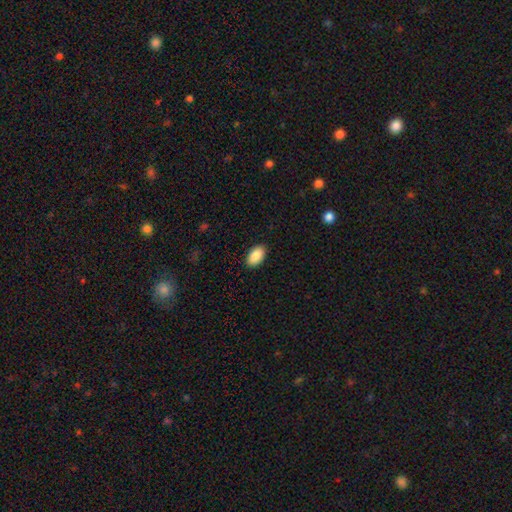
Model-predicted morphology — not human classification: Smooth or featured?
  - smooth: 89% *
  - star or artifact: 7%
  - featured or disk: 4%
How rounded?
  - in between: 95% *
  - round: 4%
  - cigar-shaped: 2%
Merging?
  - none: 90% *
  - minor disturbance: 7%
  - major disturbance: 2%
  - merger: 1%